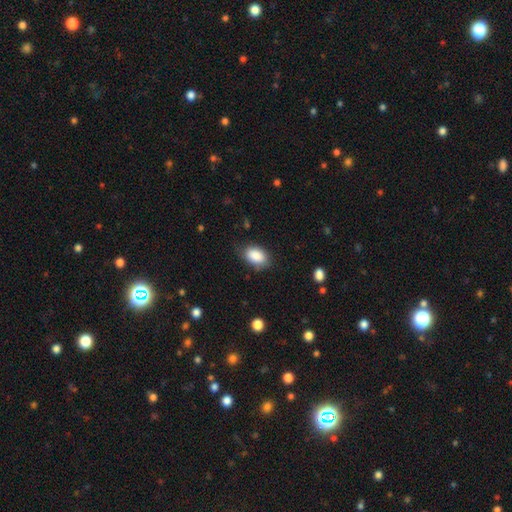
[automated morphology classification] type=smooth (88%); roundness=in between (89%); merging=none (79%).